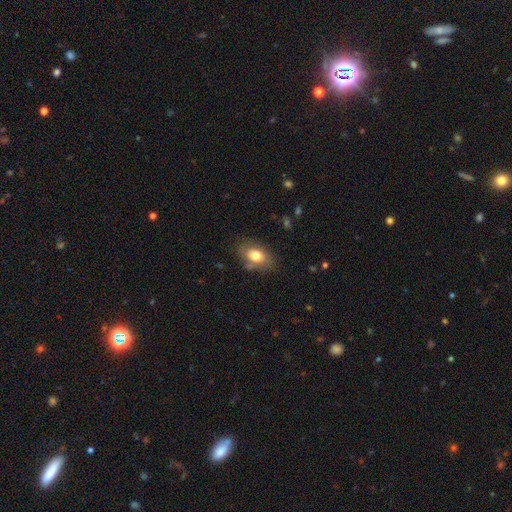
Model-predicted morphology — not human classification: Smooth or featured? Predicted: smooth (p=0.76). How rounded? Predicted: in between (p=0.84). Merging? Predicted: none (p=0.72).